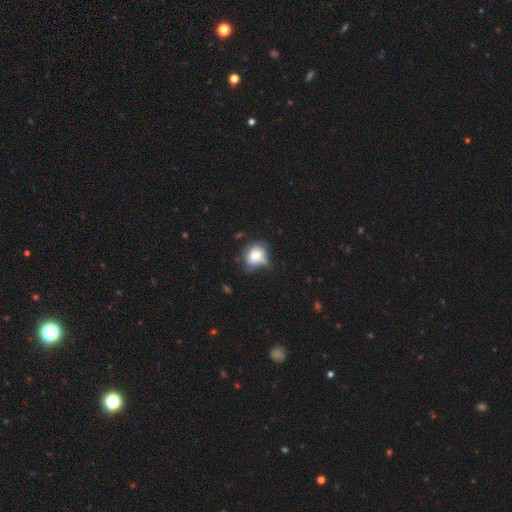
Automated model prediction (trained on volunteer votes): Overall: smooth (67%). How rounded: round (52%; in between 47%). Merging: none (37%; minor disturbance 32%).